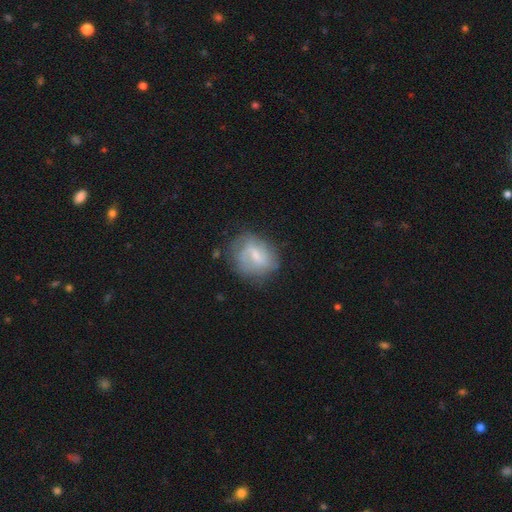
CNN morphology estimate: A featured or disk galaxy (52%) with a weak bar (54%), spiral arms (65%) and a small central bulge (42%).

Vote fractions:
- Smooth or featured? featured or disk: 52% / smooth: 40% / star or artifact: 8%
- Edge-on disk? no: 96% / yes: 4%
- Bar? weak: 54% / no: 24% / strong: 21%
- Spiral arms? yes: 65% / no: 35%
- Bulge size? small: 42% / moderate: 35% / none: 17% / large: 4% / dominant: 1%
- Merging? none: 58% / minor disturbance: 26% / major disturbance: 13% / merger: 3%